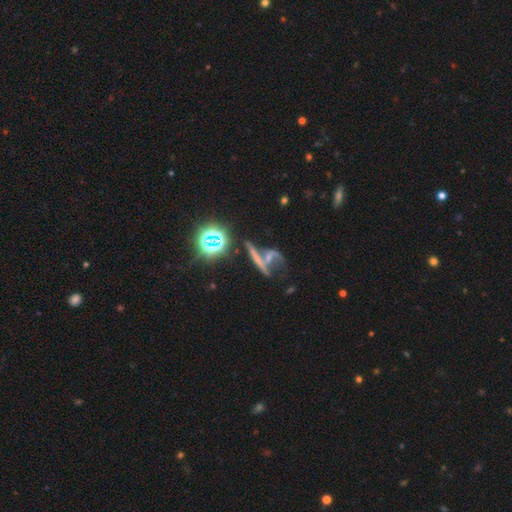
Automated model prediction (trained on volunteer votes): A star or artifact, not a galaxy (69%).

Vote fractions:
- Smooth or featured? star or artifact: 69% / smooth: 18% / featured or disk: 14%